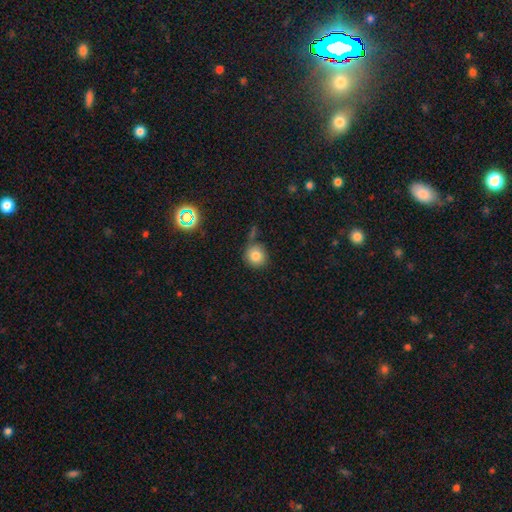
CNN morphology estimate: Smooth or featured: smooth — 81% (star or artifact — 11%)
How rounded: round — 90% (in between — 9%)
Merging: none — 67% (minor disturbance — 16%)